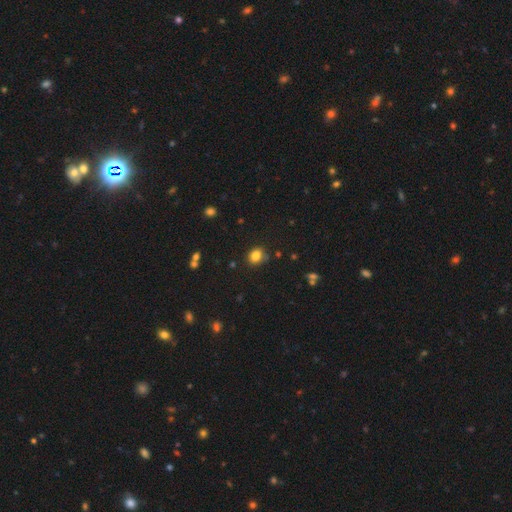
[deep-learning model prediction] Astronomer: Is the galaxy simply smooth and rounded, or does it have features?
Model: smooth — 83%.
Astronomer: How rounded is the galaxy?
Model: round — 57% (runner-up: in between, 42%).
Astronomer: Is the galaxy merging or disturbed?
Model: none — 78%.